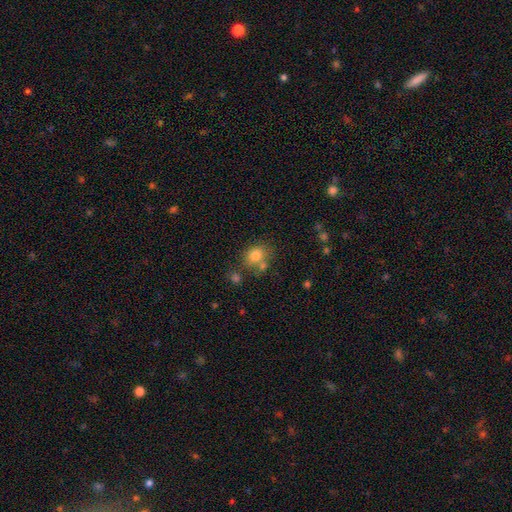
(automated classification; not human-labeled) This is likely a smooth galaxy (80%). How rounded: possibly round (56%). Merging: possibly none (58%).